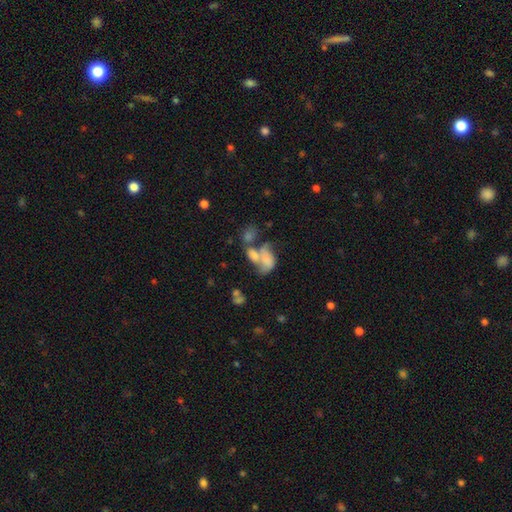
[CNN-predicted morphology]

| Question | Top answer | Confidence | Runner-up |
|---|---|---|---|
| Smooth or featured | smooth | 43% | featured or disk (38%) |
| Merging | merger | 50% | none (20%) |